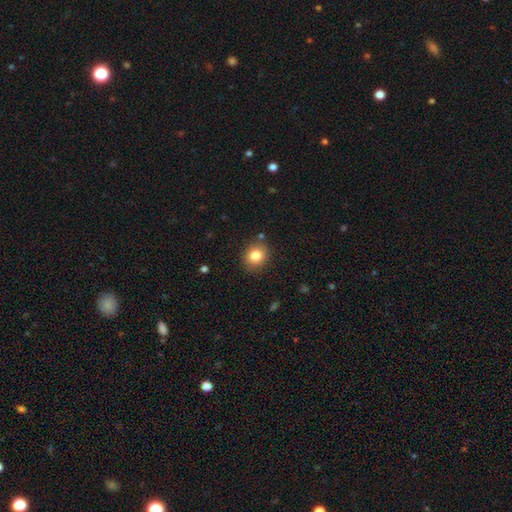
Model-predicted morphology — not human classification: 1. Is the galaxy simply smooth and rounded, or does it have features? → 82% smooth, 10% star or artifact, 7% featured or disk.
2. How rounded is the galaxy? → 72% round, 27% in between, 1% cigar-shaped.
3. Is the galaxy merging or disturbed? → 86% none, 9% minor disturbance, 3% major disturbance, 2% merger.